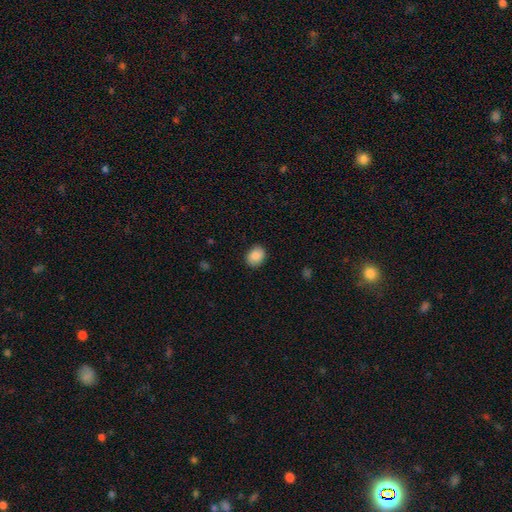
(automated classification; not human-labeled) Morphology: type=smooth (87%); roundness=in between (50%); merging=none (88%).